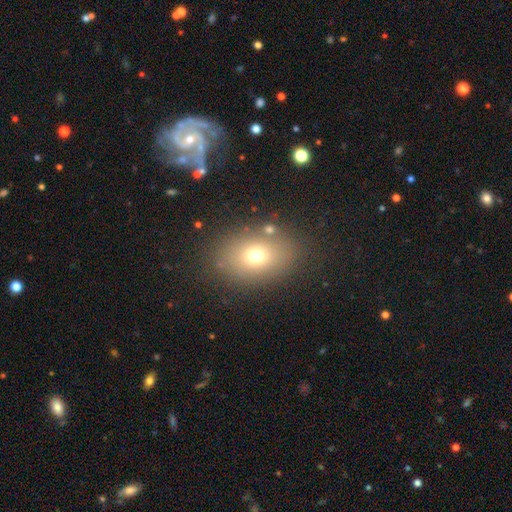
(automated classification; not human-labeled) Morphology: type=smooth (70%); roundness=in between (63%); merging=none (80%).